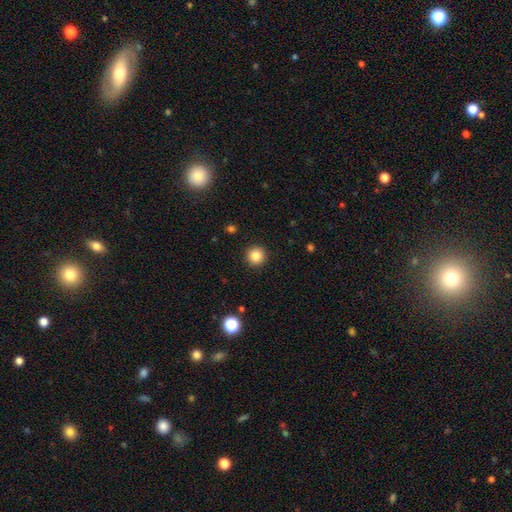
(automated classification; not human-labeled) Smooth or featured?
  - smooth: 84% *
  - star or artifact: 11%
  - featured or disk: 5%
How rounded?
  - round: 96% *
  - in between: 3%
  - cigar-shaped: 1%
Merging?
  - none: 93% *
  - minor disturbance: 5%
  - major disturbance: 2%
  - merger: 1%